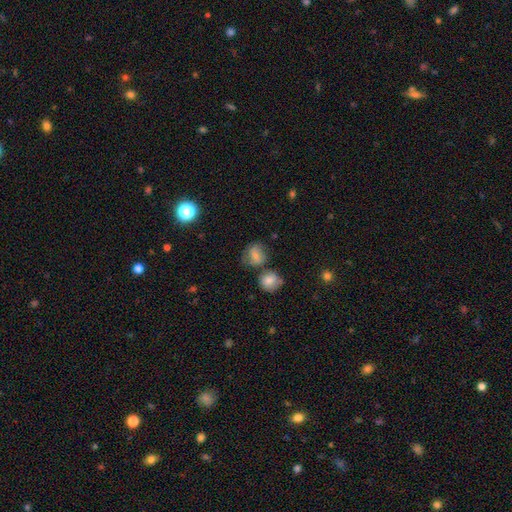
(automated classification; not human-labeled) smooth_or_featured: smooth (p=0.68) [alt: featured or disk p=0.21]
how_rounded: round (p=0.62) [alt: in between p=0.36]
merging: none (p=0.54) [alt: minor disturbance p=0.22]